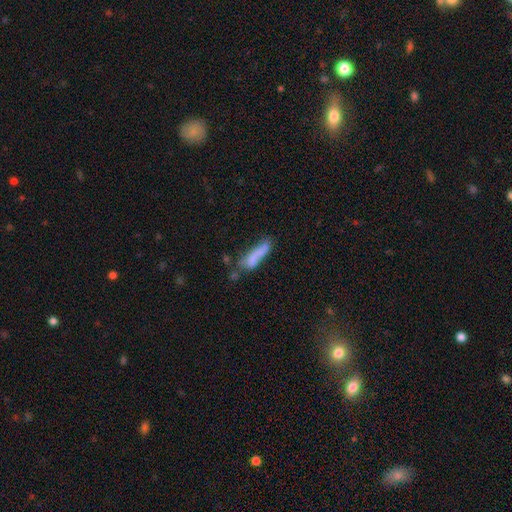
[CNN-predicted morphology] Q: Smooth or featured?
A: smooth (68%); runner-up: featured or disk (23%)
Q: How rounded?
A: cigar-shaped (72%); runner-up: in between (25%)
Q: Merging?
A: none (38%); runner-up: minor disturbance (25%)